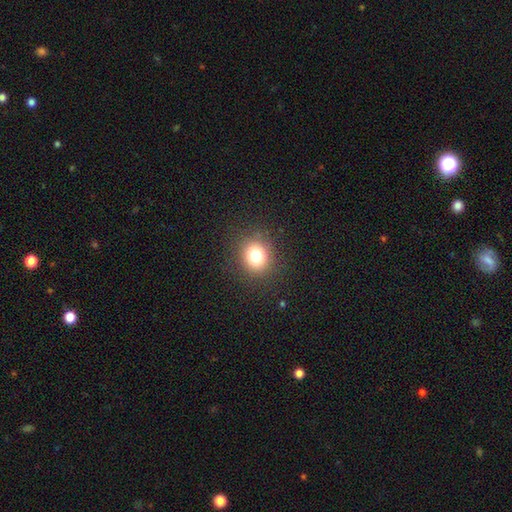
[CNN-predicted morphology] Q: Smooth or featured?
A: smooth (78%); runner-up: star or artifact (13%)
Q: How rounded?
A: round (74%); runner-up: in between (26%)
Q: Merging?
A: none (87%); runner-up: minor disturbance (8%)